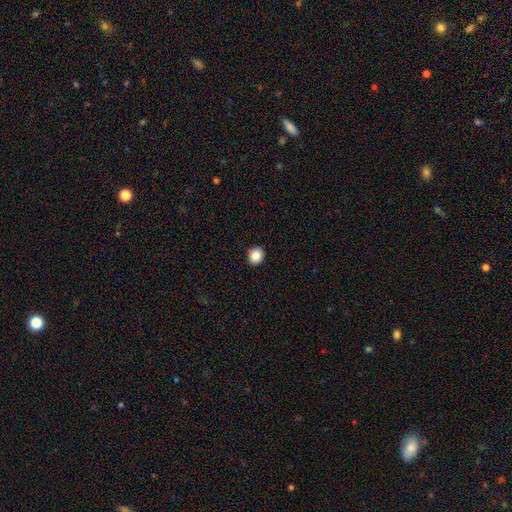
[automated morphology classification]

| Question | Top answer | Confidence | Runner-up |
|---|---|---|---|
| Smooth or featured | smooth | 88% | star or artifact (9%) |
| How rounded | round | 64% | in between (35%) |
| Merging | none | 90% | minor disturbance (8%) |